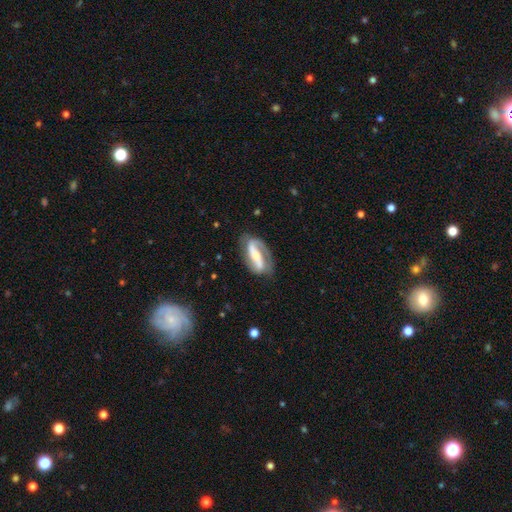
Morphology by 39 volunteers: type=featured or disk (82%); edge-on=no (91%); bar=strong (66%); spiral arms=yes (90%); winding=medium (50%); arm count=2 (65%); bulge=moderate (41%); merging=none (62%).